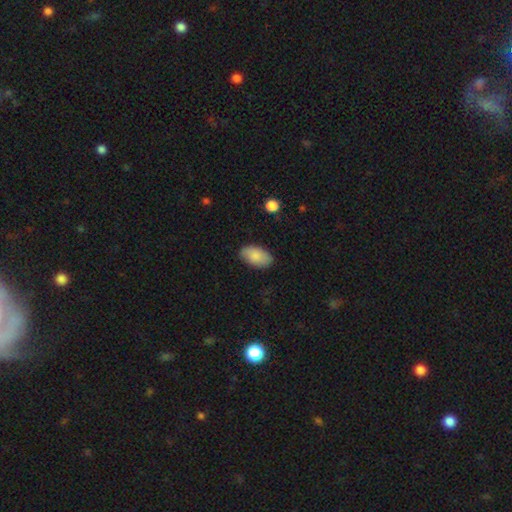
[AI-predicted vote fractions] Morphology: type=smooth (85%); roundness=in between (94%); merging=none (83%).